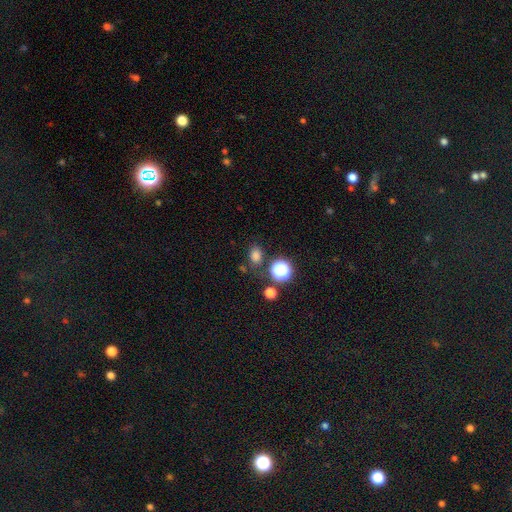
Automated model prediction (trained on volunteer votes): This appears to be a smooth galaxy with no disk features (76%) that is in between round and cigar-shaped (59%). Merging: none (76%).